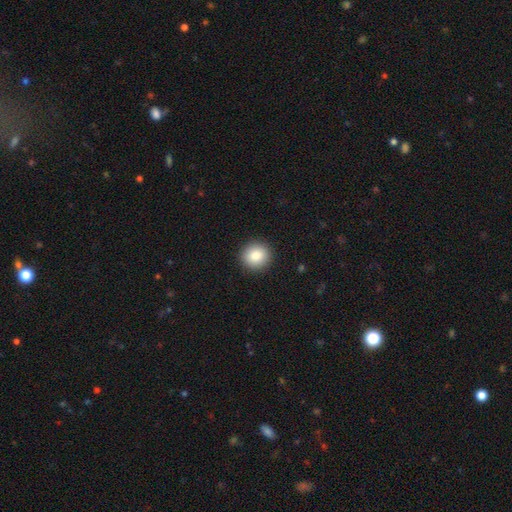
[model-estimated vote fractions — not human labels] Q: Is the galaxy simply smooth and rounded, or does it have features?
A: smooth — 87%.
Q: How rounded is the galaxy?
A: round — 91%.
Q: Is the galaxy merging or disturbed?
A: none — 92%.